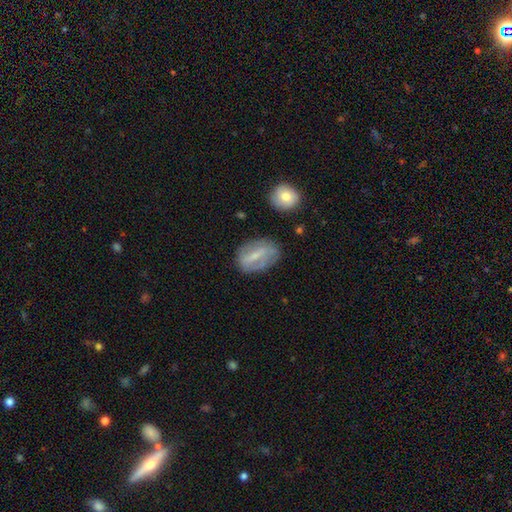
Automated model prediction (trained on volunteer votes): This appears to be a featured or disk galaxy (55%). Merging: none (68%).